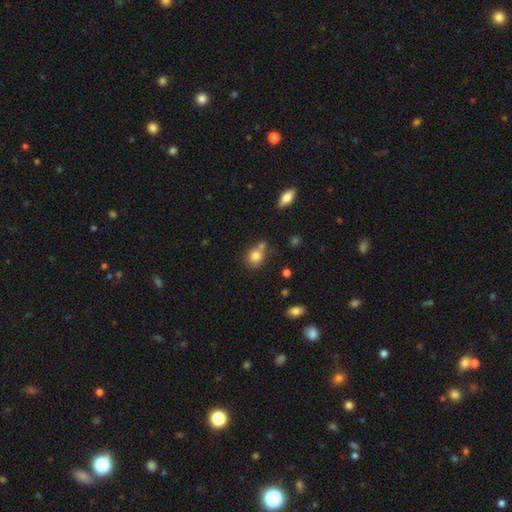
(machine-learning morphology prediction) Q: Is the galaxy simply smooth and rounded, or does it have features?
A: smooth — 79%.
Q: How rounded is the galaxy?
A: round — 70%.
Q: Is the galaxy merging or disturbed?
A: none — 55%.